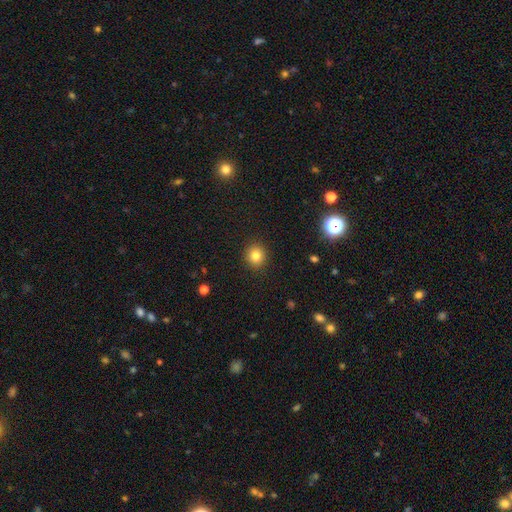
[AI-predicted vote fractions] smooth_or_featured: smooth (p=0.81) [alt: star or artifact p=0.12]
how_rounded: round (p=0.89) [alt: in between p=0.10]
merging: none (p=0.91) [alt: minor disturbance p=0.06]